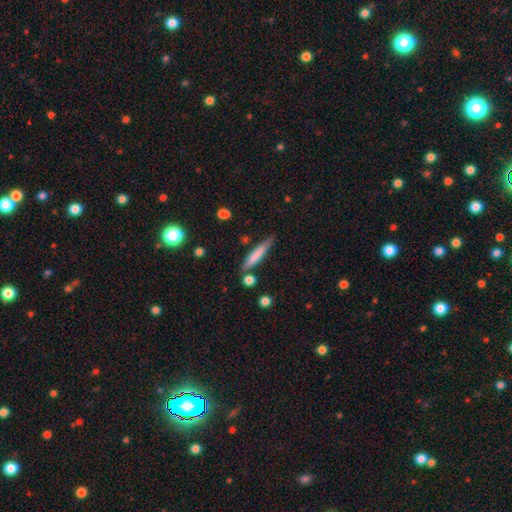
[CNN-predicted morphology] Q: Smooth or featured?
A: smooth (73%); runner-up: featured or disk (21%)
Q: How rounded?
A: cigar-shaped (92%); runner-up: in between (7%)
Q: Merging?
A: none (78%); runner-up: minor disturbance (13%)